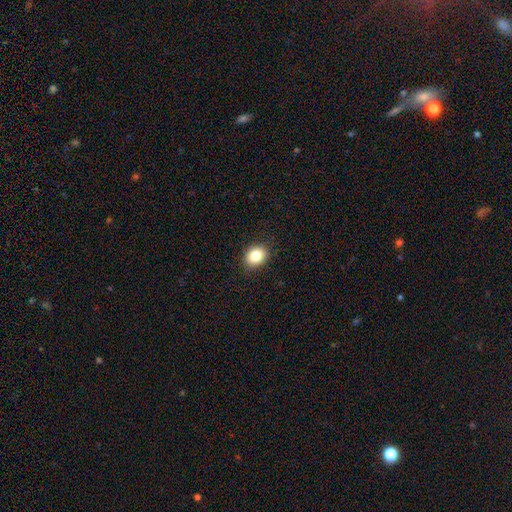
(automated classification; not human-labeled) Smooth or featured?
  - smooth: 84% *
  - star or artifact: 9%
  - featured or disk: 7%
How rounded?
  - in between: 54% *
  - round: 45%
  - cigar-shaped: 1%
Merging?
  - none: 89% *
  - minor disturbance: 8%
  - major disturbance: 2%
  - merger: 1%